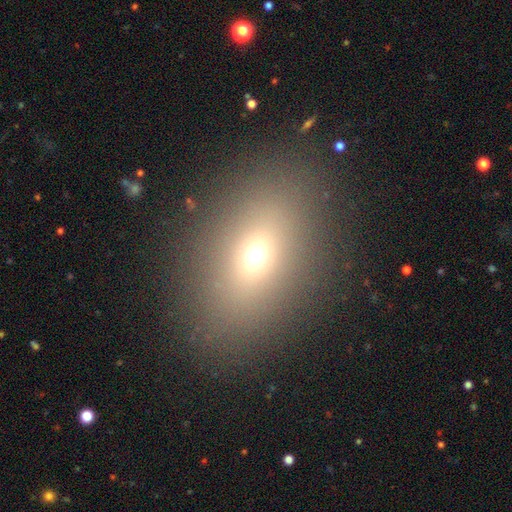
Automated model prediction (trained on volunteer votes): smooth_or_featured: smooth (p=0.65) [alt: star or artifact p=0.20]
how_rounded: in between (p=0.73) [alt: round p=0.24]
merging: none (p=0.85) [alt: minor disturbance p=0.08]